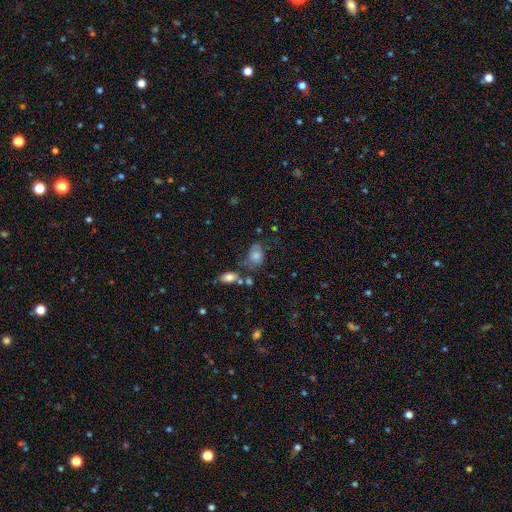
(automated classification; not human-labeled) The model was most divided on "merging": none: 45%, minor disturbance: 26%, major disturbance: 15%, merger: 15%. More confident: how rounded — in between (70%); smooth or featured — smooth (68%).